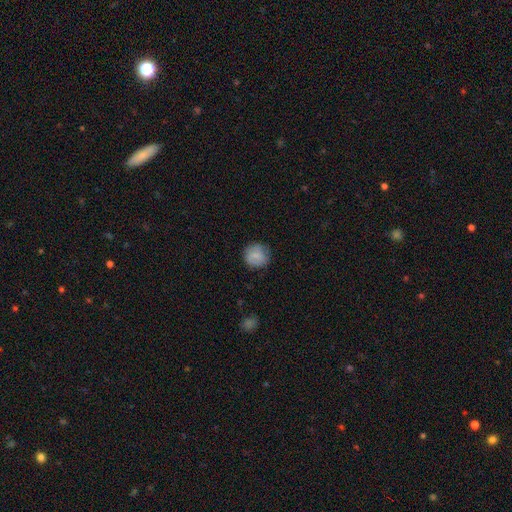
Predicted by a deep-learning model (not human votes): Morphology: type=smooth (77%); roundness=round (88%); merging=none (79%).